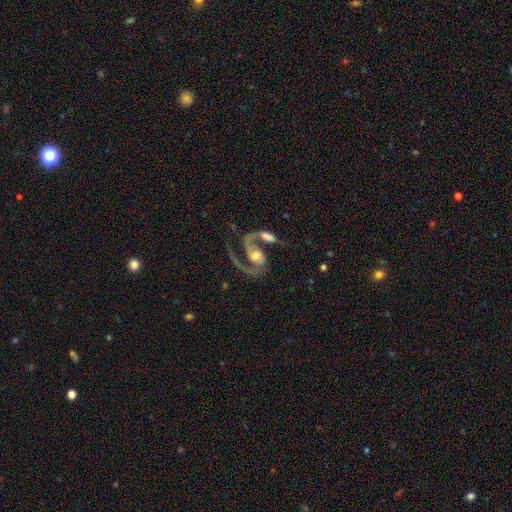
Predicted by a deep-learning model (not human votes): featured or disk 82%, smooth 11%, star or artifact 6%. Down the decision tree: edge-on disk — no (97%); bar — no (57%); spiral arms — yes (92%); spiral arm count — 2 (63%); spiral winding — loose (43%, tied with medium); bulge size — moderate (59%); merging — merger (43%).